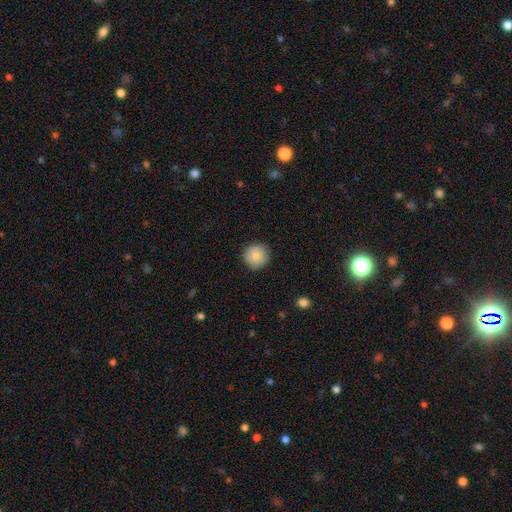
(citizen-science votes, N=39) A smooth galaxy with no disk features (72%) that is round (96%). Merging: none (77%).